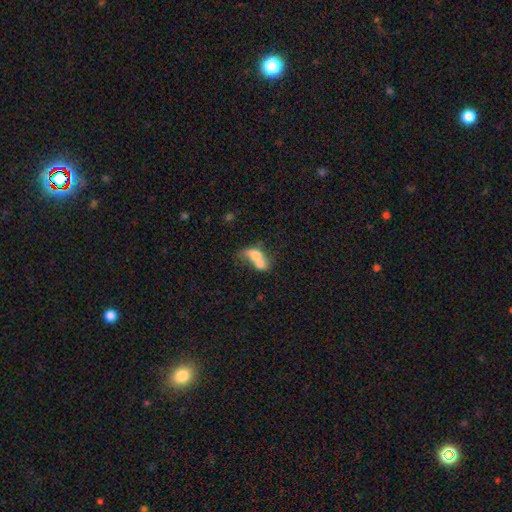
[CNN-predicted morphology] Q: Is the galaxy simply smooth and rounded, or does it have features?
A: smooth — 63%.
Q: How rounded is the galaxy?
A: in between — 69%.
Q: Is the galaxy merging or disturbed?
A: merger — 74%.